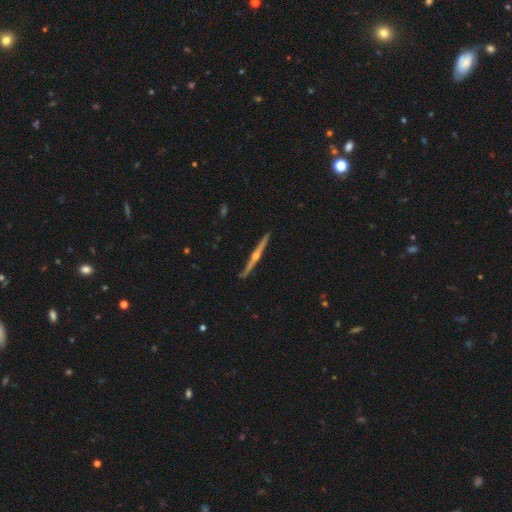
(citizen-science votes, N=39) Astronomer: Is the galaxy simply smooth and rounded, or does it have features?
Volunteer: featured or disk — 72%.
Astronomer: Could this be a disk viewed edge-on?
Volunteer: yes — 100%.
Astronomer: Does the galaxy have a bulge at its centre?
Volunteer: rounded — 96%.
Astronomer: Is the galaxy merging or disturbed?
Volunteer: none — 91%.